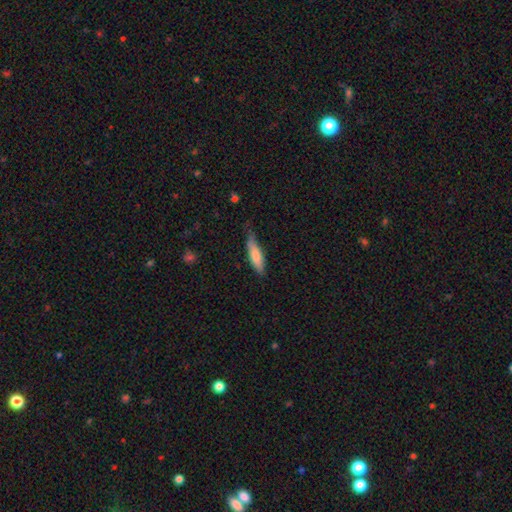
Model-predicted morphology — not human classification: Smooth or featured? smooth (77%)
How rounded? cigar-shaped (68%)
Merging? none (61%)